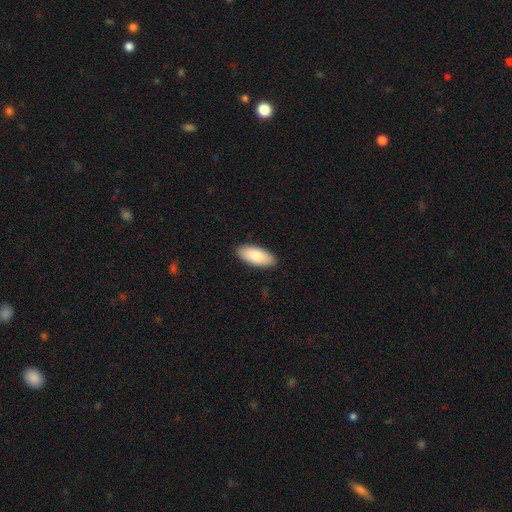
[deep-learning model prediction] Overall: smooth (86%). How rounded: in between (87%). Merging: none (89%).